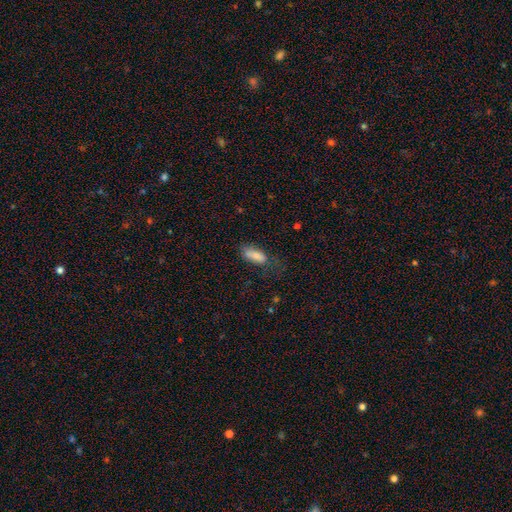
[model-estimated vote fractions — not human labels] Smooth or featured? smooth (81%)
How rounded? in between (83%)
Merging? none (47%)